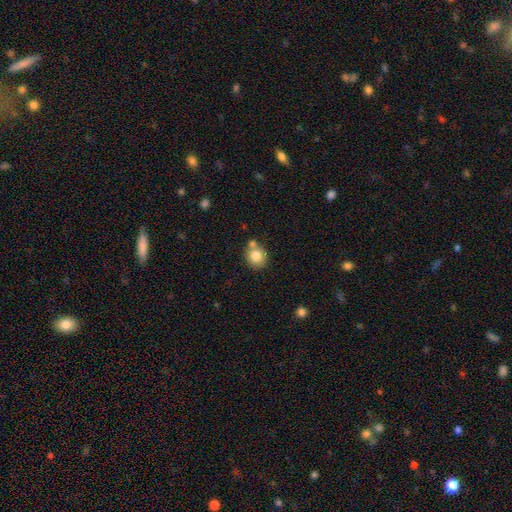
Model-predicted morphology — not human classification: smooth 80%, featured or disk 10%, star or artifact 10%. Down the decision tree: how rounded — round (85%); merging — none (66%).